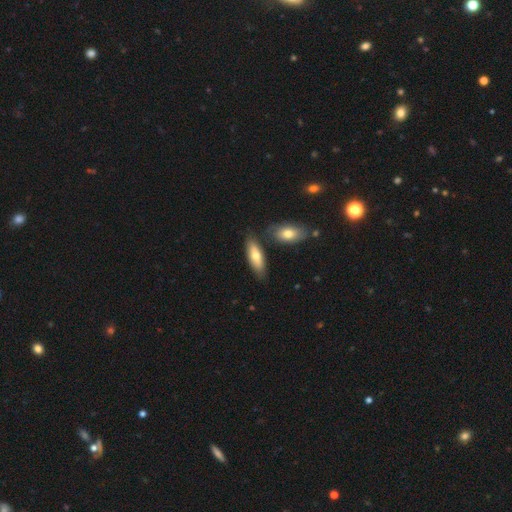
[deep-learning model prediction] Overall: smooth (64%; featured or disk 31%). How rounded: in between (67%; cigar-shaped 31%). Merging: none (73%).